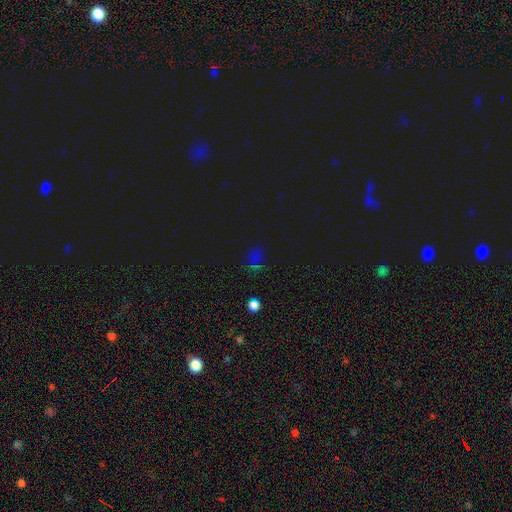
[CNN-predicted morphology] The model was most divided on "smooth or featured": star or artifact: 58%, smooth: 35%, featured or disk: 8%.